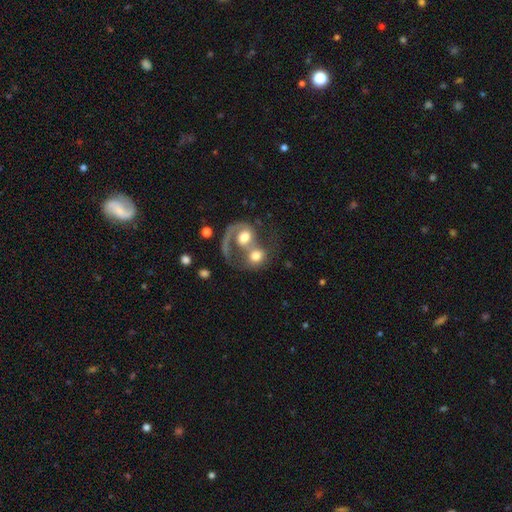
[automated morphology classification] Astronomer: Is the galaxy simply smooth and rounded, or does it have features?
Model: smooth — 47% (runner-up: featured or disk, 46%).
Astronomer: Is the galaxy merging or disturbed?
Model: merger — 74%.